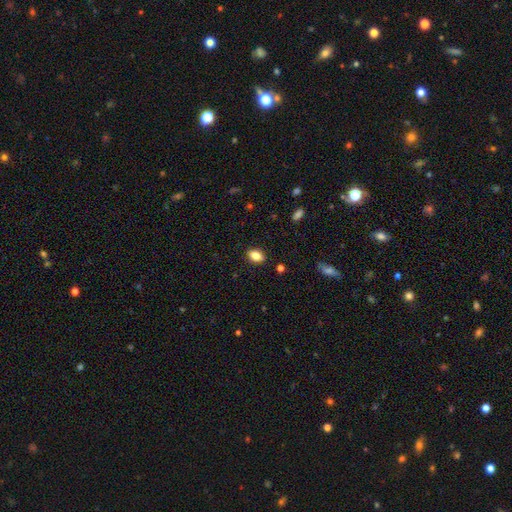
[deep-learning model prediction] Smooth or featured? smooth (79%)
How rounded? in between (86%)
Merging? none (87%)